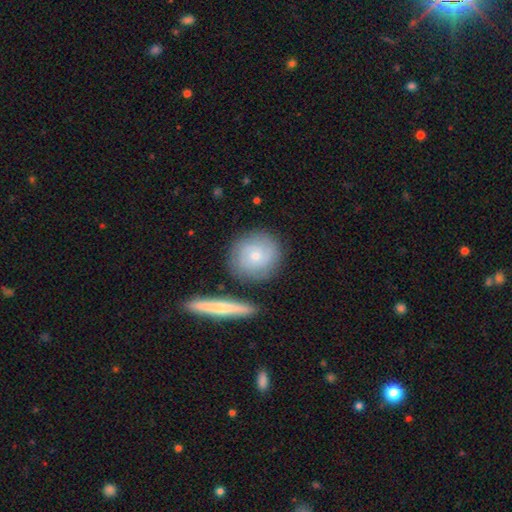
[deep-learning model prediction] This is possibly a featured or disk galaxy (48%). Merging: likely none (79%).